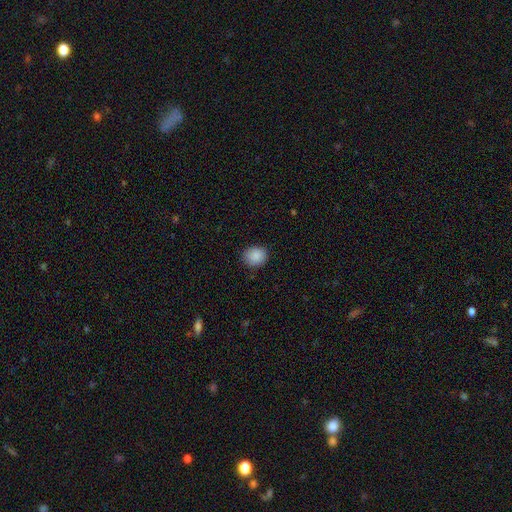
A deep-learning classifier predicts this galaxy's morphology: Smooth or featured: smooth — 88% (star or artifact — 8%)
How rounded: round — 73% (in between — 26%)
Merging: none — 86% (minor disturbance — 10%)